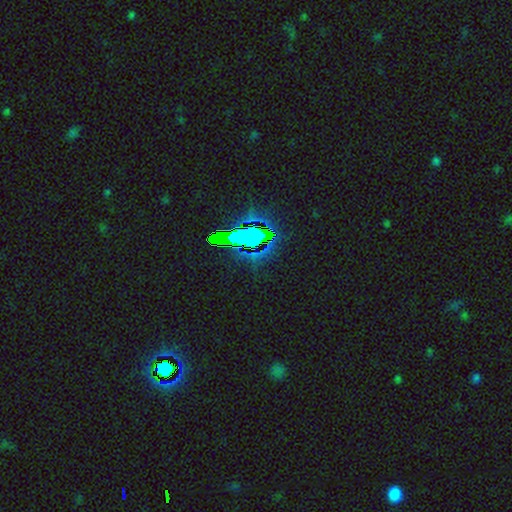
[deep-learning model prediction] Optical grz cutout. It shows a star or artifact, not a galaxy (80%).